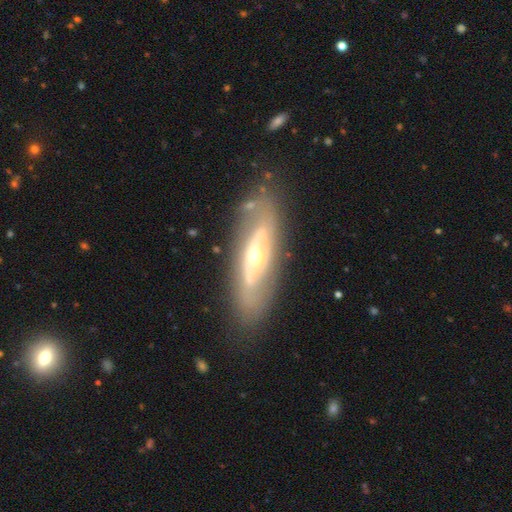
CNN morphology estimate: Smooth or featured? featured or disk (69%)
Edge-on disk? no (75%)
Bar? no (64%)
Spiral arms? no (52%)
Bulge size? moderate (62%)
Merging? none (78%)